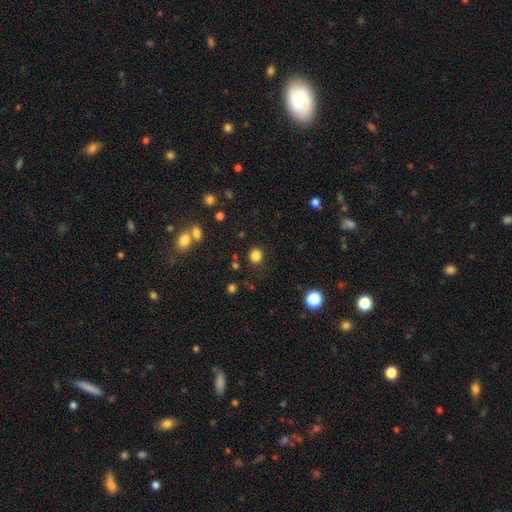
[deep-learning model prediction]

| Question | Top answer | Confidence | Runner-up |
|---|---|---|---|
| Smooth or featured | smooth | 84% | star or artifact (13%) |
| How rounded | round | 83% | in between (16%) |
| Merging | none | 88% | minor disturbance (7%) |